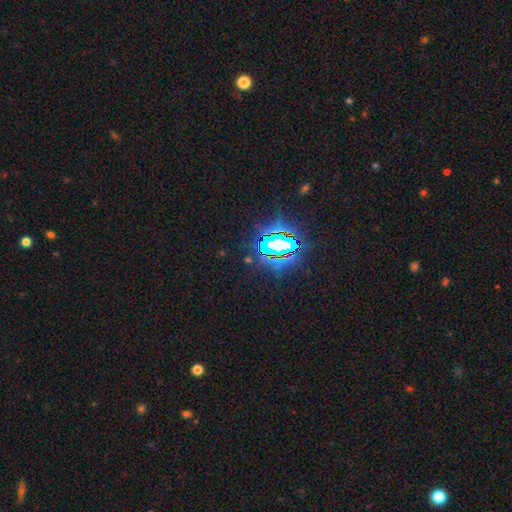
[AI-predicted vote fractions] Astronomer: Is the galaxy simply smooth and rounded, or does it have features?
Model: star or artifact — 84%.